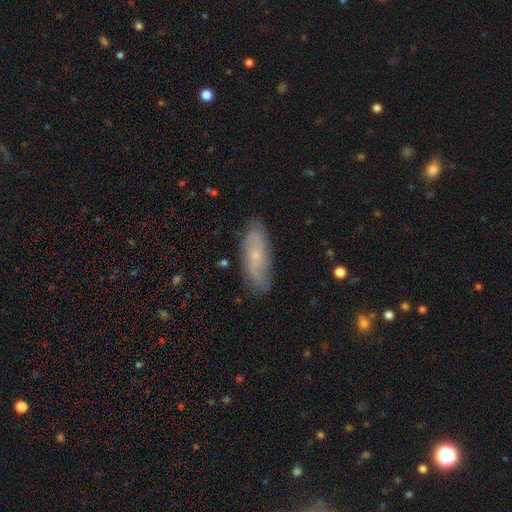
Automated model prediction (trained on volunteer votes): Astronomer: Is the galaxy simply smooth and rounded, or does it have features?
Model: featured or disk — 59%.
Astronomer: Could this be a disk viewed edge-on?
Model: no — 84%.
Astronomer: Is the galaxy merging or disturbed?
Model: none — 80%.